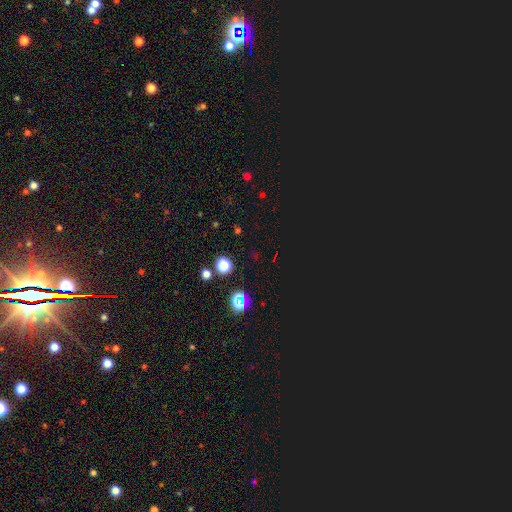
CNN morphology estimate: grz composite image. It shows a star or artifact, not a galaxy (69%).